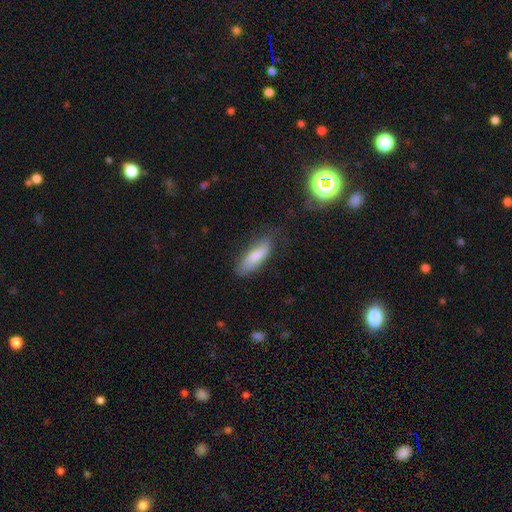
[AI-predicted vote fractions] A smooth galaxy with no disk features (76%) that is in between round and cigar-shaped (61%). Merging: none (67%).